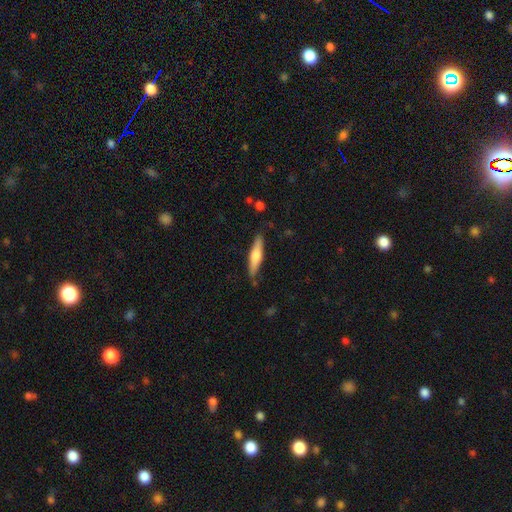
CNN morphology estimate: type=smooth (53%); roundness=cigar-shaped (82%); merging=none (83%).